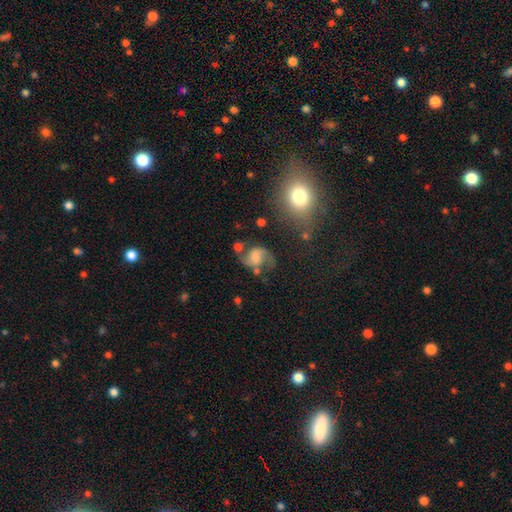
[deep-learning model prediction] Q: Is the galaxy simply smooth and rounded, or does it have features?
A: featured or disk — 73%.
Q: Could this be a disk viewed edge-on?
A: no — 98%.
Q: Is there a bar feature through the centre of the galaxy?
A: no — 48%.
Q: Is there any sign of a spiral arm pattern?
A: yes — 94%.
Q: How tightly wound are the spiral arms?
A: loose — 48%.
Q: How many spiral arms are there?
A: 2 — 91%.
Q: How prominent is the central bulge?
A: moderate — 34%.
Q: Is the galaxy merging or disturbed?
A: none — 57%.